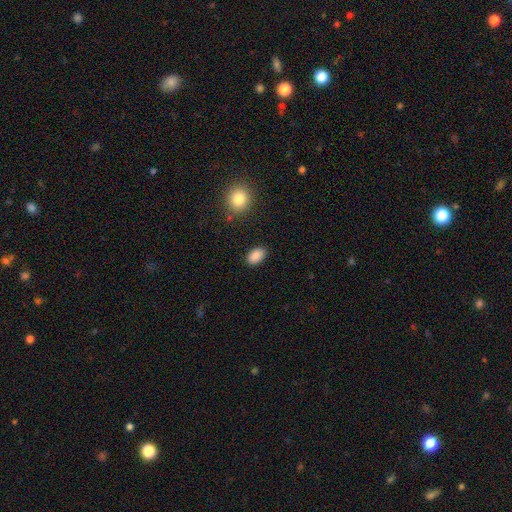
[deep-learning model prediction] Smooth or featured? smooth (88%)
How rounded? in between (90%)
Merging? none (87%)